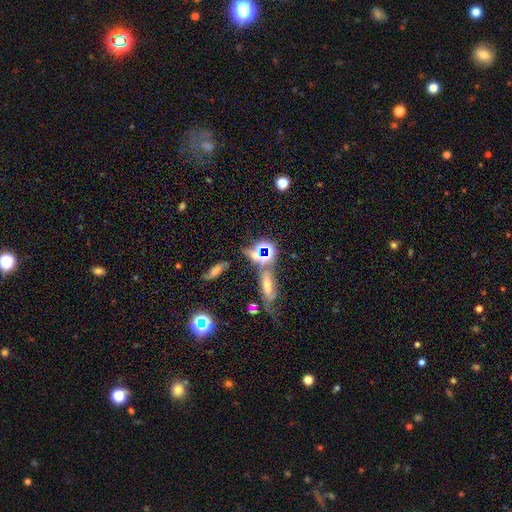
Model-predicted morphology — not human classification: This is possibly a star or artifact rather than a galaxy (54%).